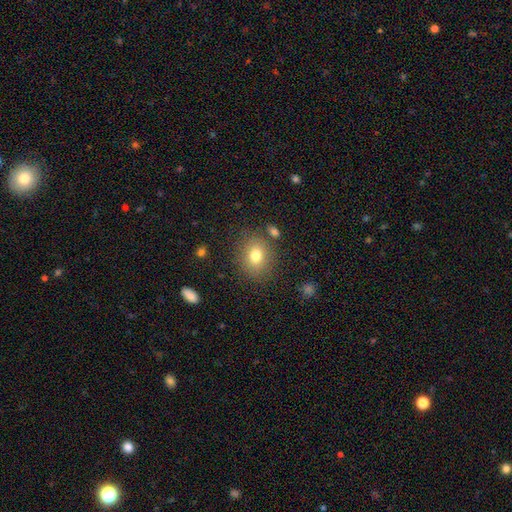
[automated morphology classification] type=smooth (77%); roundness=round (56%); merging=none (80%).